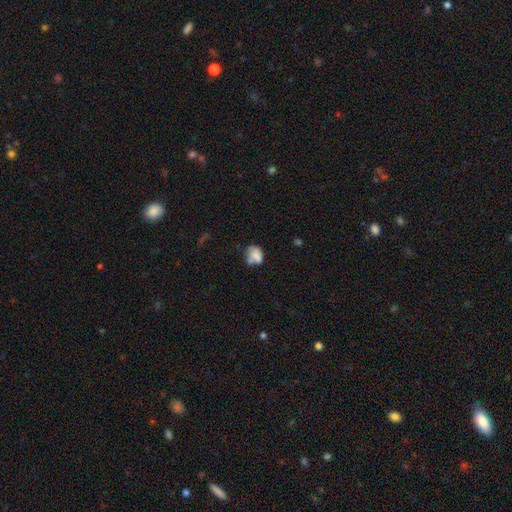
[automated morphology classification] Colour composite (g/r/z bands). It shows a smooth galaxy with no disk features (67%) that is in between round and cigar-shaped (58%). Merging: none (32%).